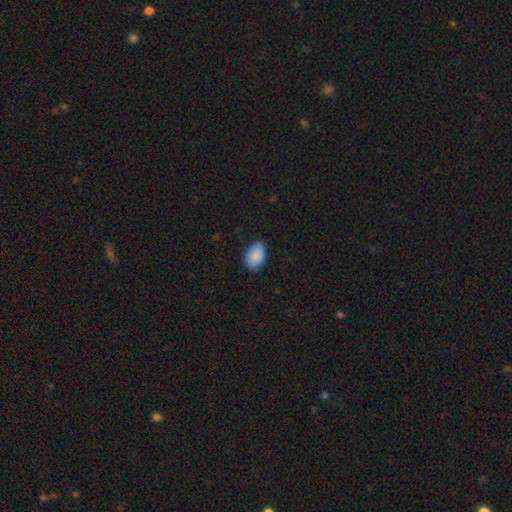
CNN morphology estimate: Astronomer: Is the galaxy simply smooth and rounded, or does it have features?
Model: smooth — 88%.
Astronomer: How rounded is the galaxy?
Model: in between — 88%.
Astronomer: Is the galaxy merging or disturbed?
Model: none — 74%.